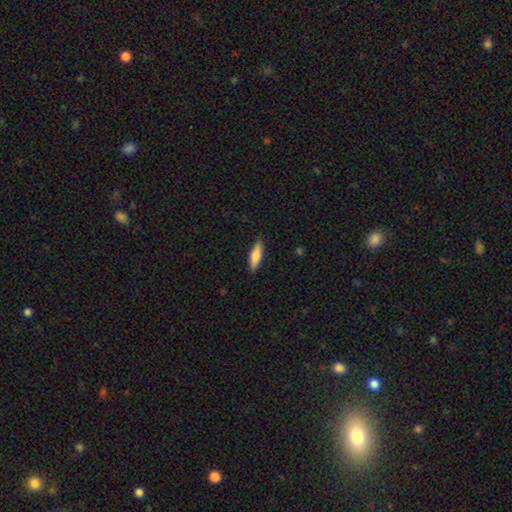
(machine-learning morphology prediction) A smooth galaxy with no disk features (76%) that is cigar-shaped (55%). Merging: none (87%).